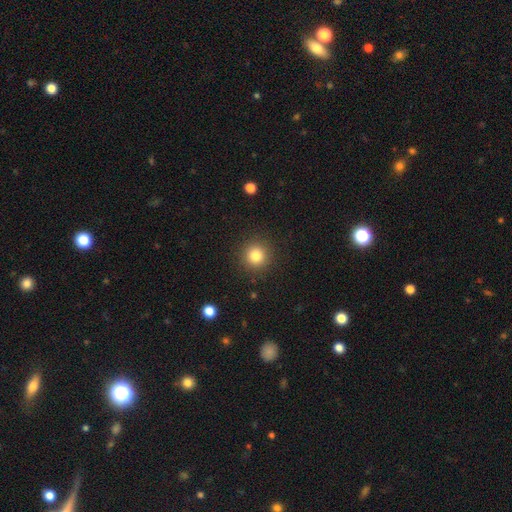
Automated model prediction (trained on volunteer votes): A smooth galaxy with no disk features (82%) that is round (94%).

Vote fractions:
- Smooth or featured? smooth: 82% / star or artifact: 12% / featured or disk: 6%
- How rounded? round: 94% / in between: 5% / cigar-shaped: 1%
- Merging? none: 91% / minor disturbance: 6% / major disturbance: 2% / merger: 1%